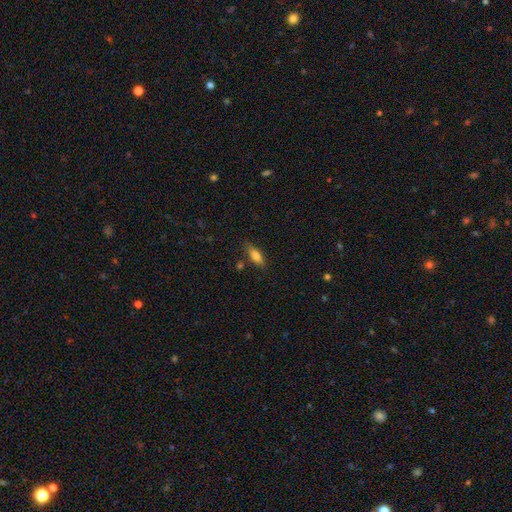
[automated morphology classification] smooth 79%, featured or disk 13%, star or artifact 8%. Down the decision tree: how rounded — in between (69%); merging — none (74%).